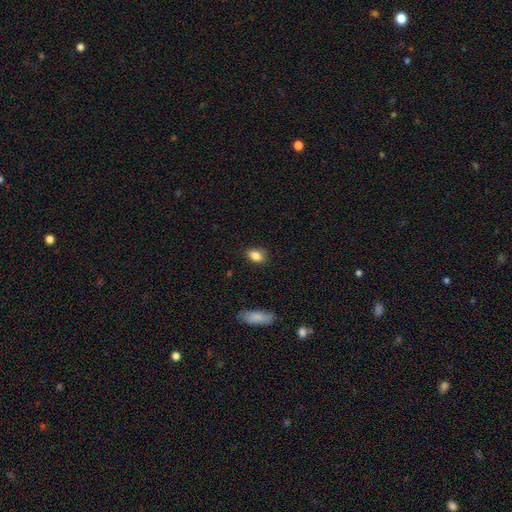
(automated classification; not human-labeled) Q: Smooth or featured?
A: smooth (85%); runner-up: star or artifact (9%)
Q: How rounded?
A: in between (74%); runner-up: round (24%)
Q: Merging?
A: none (84%); runner-up: minor disturbance (12%)